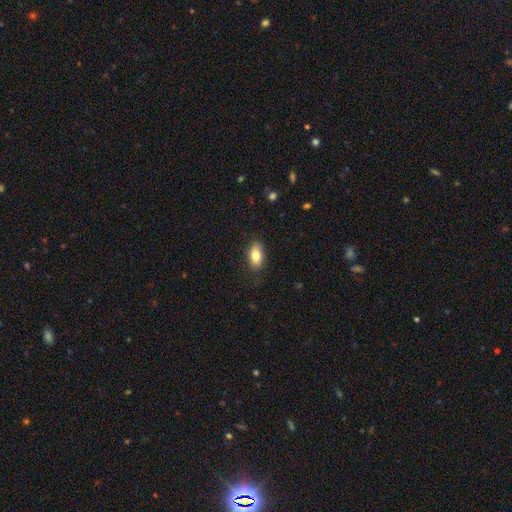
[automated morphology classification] Smooth or featured: smooth — 81% (featured or disk — 12%)
How rounded: in between — 89% (round — 6%)
Merging: none — 85% (minor disturbance — 12%)